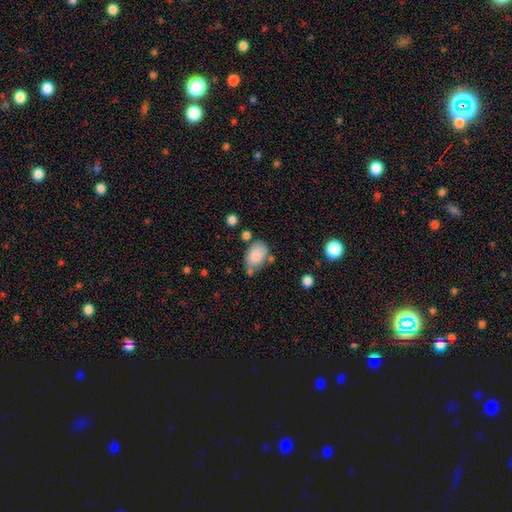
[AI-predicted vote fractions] smooth-or-featured: smooth: 83% | featured or disk: 9% | star or artifact: 7%
  how-rounded: in between: 89% | round: 10% | cigar-shaped: 1%
  merging: none: 57% | minor disturbance: 24% | merger: 12% | major disturbance: 7%